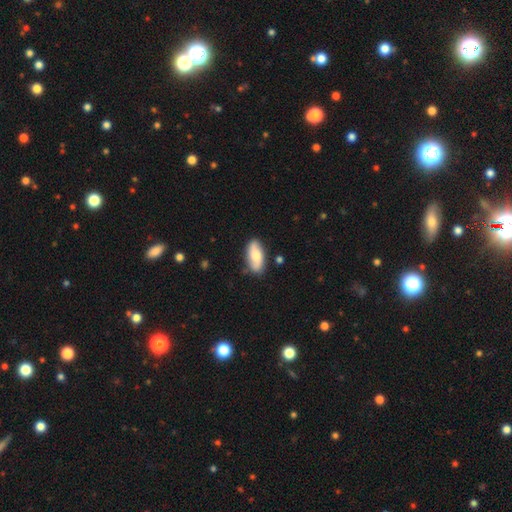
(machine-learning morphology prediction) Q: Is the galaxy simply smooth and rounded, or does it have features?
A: smooth — 63%.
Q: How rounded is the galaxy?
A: in between — 86%.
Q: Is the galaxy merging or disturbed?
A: none — 80%.